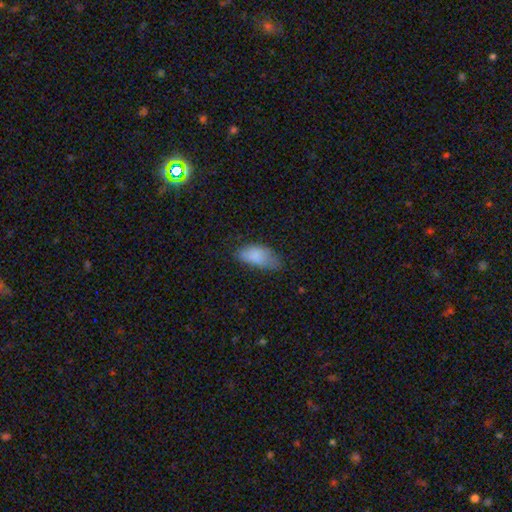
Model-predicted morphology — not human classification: Smooth or featured? smooth (82%)
How rounded? in between (90%)
Merging? none (49%)